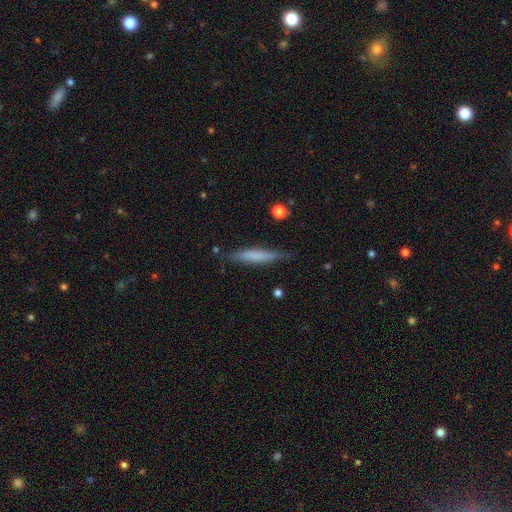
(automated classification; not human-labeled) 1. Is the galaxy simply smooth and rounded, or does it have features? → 59% smooth, 34% featured or disk, 6% star or artifact.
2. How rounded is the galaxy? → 91% cigar-shaped, 8% in between, 1% round.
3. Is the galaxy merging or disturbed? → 81% none, 14% minor disturbance, 3% major disturbance, 2% merger.